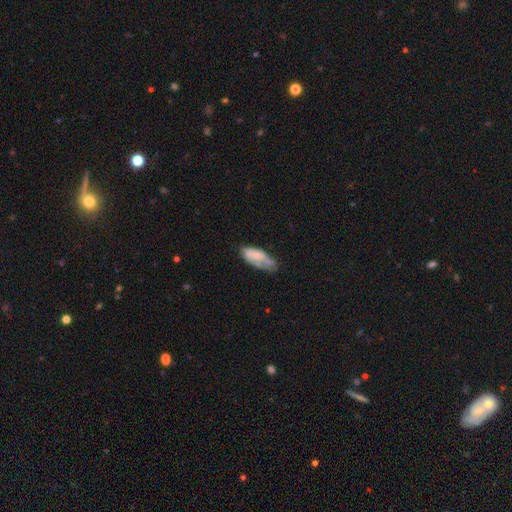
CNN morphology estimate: Smooth or featured: smooth — 51% (featured or disk — 42%)
How rounded: in between — 84% (cigar-shaped — 13%)
Merging: none — 38% (minor disturbance — 35%)